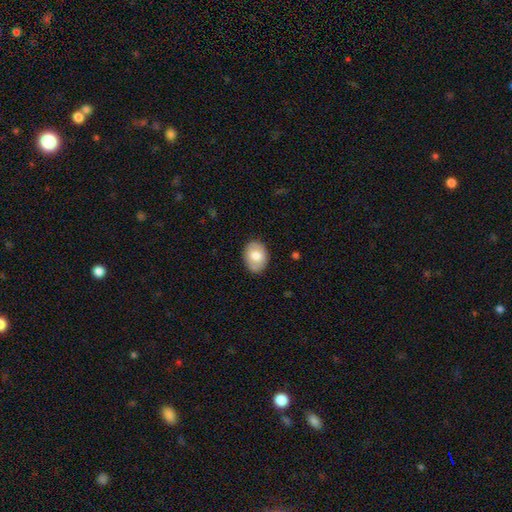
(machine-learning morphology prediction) Q: Smooth or featured?
A: smooth (77%); runner-up: featured or disk (16%)
Q: How rounded?
A: in between (66%); runner-up: round (33%)
Q: Merging?
A: none (83%); runner-up: minor disturbance (13%)